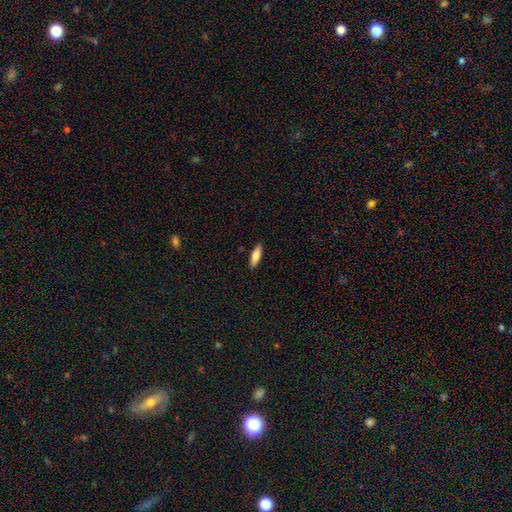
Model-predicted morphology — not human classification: Smooth or featured? smooth (85%)
How rounded? in between (50%)
Merging? none (89%)